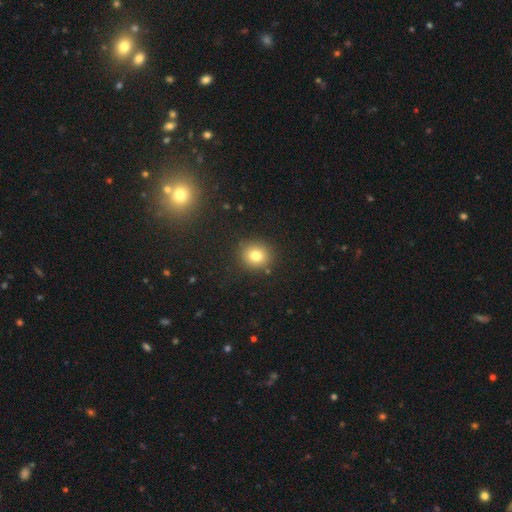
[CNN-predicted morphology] Smooth or featured?
  - smooth: 78% *
  - star or artifact: 13%
  - featured or disk: 9%
How rounded?
  - round: 80% *
  - in between: 20%
  - cigar-shaped: 1%
Merging?
  - none: 87% *
  - minor disturbance: 8%
  - major disturbance: 3%
  - merger: 2%